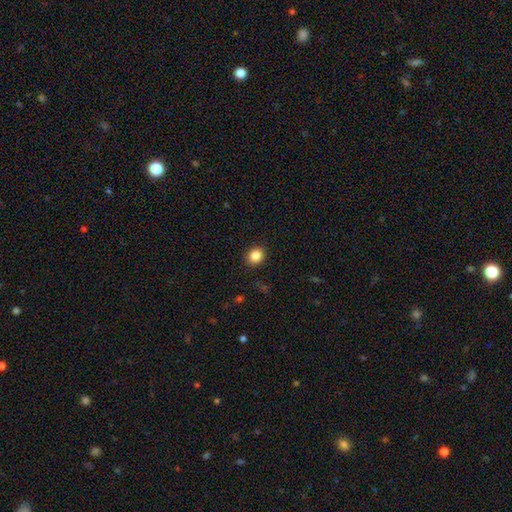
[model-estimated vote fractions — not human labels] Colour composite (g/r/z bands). It shows a smooth galaxy with no disk features (85%) that is round (72%). Merging: none (90%).